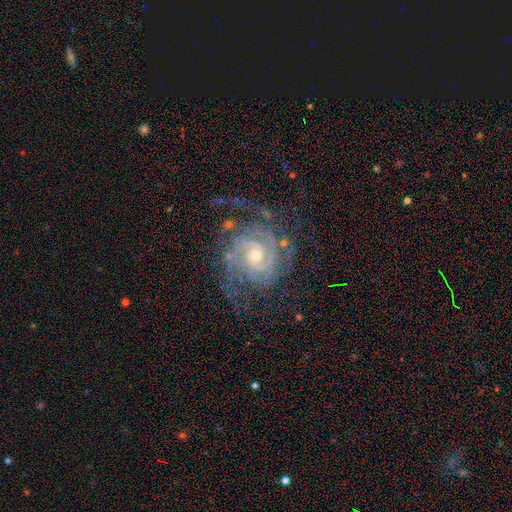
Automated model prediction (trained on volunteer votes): smooth_or_featured: featured or disk (p=0.90) [alt: star or artifact p=0.06]
disk_edge_on: no (p=0.98) [alt: yes p=0.02]
bar: no (p=0.64) [alt: weak p=0.27]
has_spiral_arms: yes (p=0.98) [alt: no p=0.02]
spiral_winding: tight (p=0.72) [alt: medium p=0.23]
spiral_arm_count: 2 (p=0.44) [alt: 3 p=0.18]
bulge_size: small (p=0.53) [alt: moderate p=0.43]
merging: none (p=0.68) [alt: minor disturbance p=0.18]